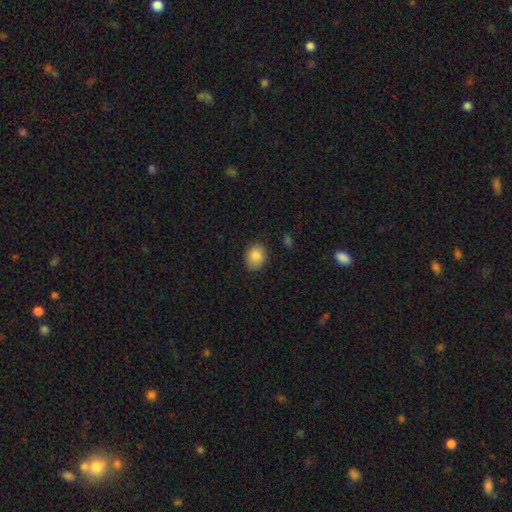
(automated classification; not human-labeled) A smooth galaxy with no disk features (87%) that is round (52%). Merging: none (83%).